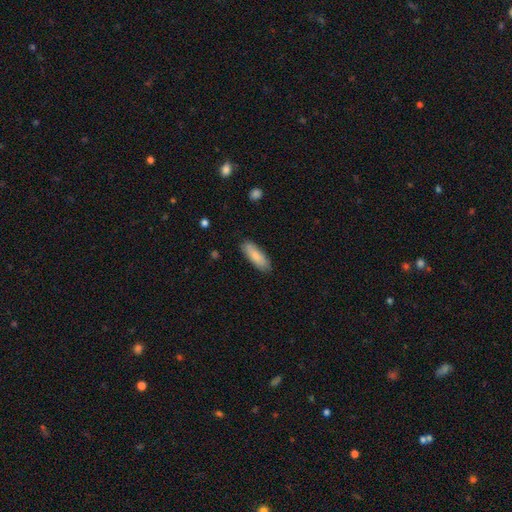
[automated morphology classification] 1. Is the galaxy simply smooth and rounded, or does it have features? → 85% smooth, 9% featured or disk, 6% star or artifact.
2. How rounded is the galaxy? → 56% in between, 42% cigar-shaped, 2% round.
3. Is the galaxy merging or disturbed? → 84% none, 12% minor disturbance, 2% major disturbance, 1% merger.